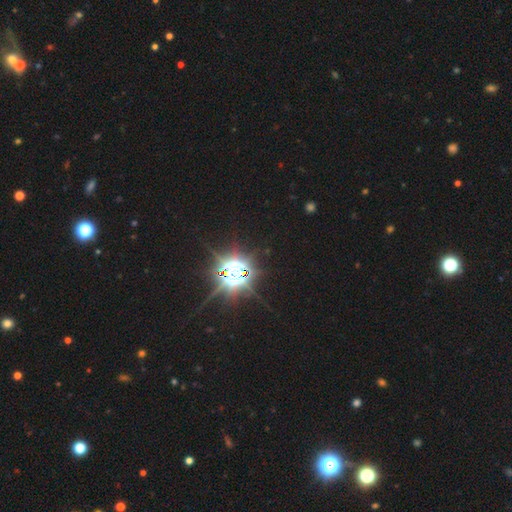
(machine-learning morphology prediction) star or artifact 87%, smooth 8%, featured or disk 6%.